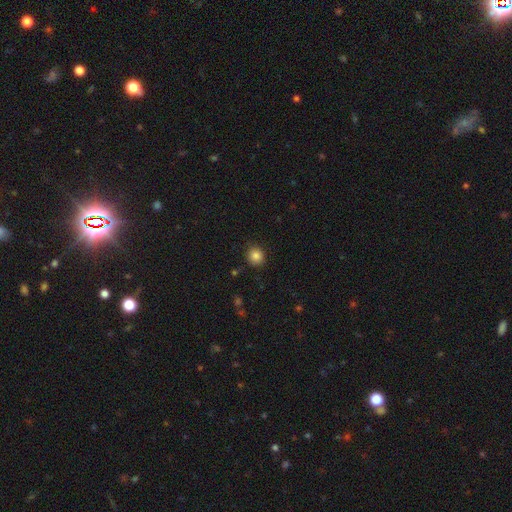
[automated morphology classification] This is clearly a smooth galaxy (84%). How rounded: clearly round (87%). Merging: clearly none (89%).